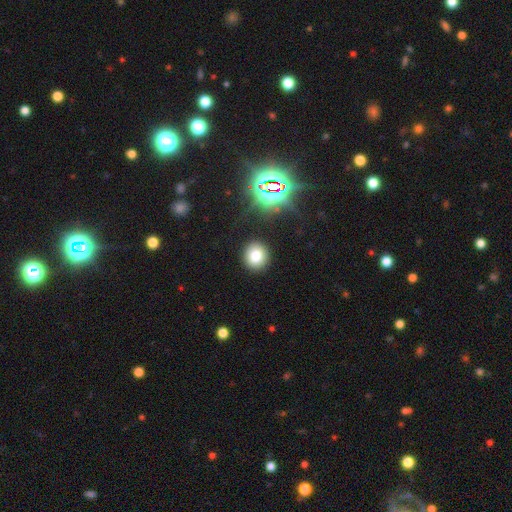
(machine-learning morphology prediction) A smooth galaxy with no disk features (76%) that is round (81%).

Vote fractions:
- Smooth or featured? smooth: 76% / star or artifact: 16% / featured or disk: 8%
- How rounded? round: 81% / in between: 18% / cigar-shaped: 1%
- Merging? none: 89% / minor disturbance: 7% / major disturbance: 2% / merger: 2%